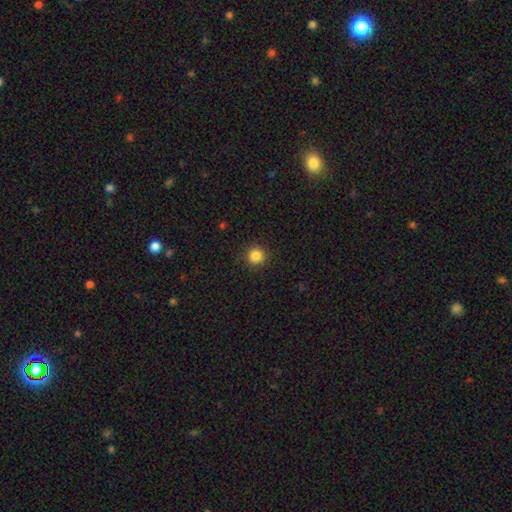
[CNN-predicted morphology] A smooth galaxy with no disk features (85%) that is round (95%).

Vote fractions:
- Smooth or featured? smooth: 85% / star or artifact: 11% / featured or disk: 4%
- How rounded? round: 95% / in between: 4% / cigar-shaped: 1%
- Merging? none: 92% / minor disturbance: 5% / major disturbance: 2% / merger: 1%